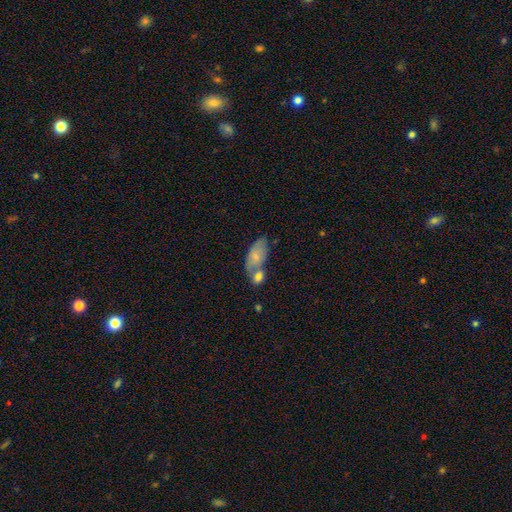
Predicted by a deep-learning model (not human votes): smooth_or_featured: smooth (p=0.69) [alt: featured or disk p=0.24]
how_rounded: in between (p=0.89) [alt: cigar-shaped p=0.07]
merging: merger (p=0.49) [alt: none p=0.29]